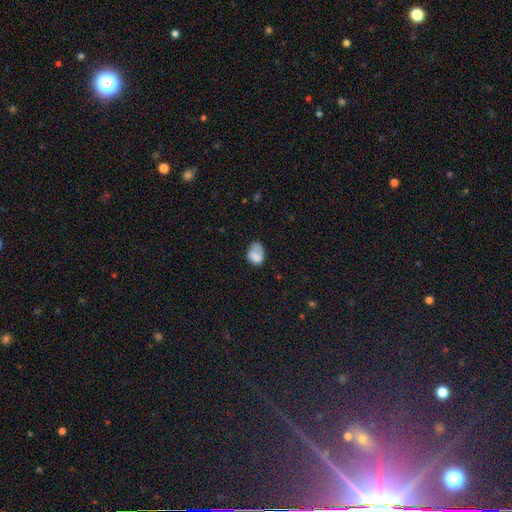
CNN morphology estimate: The model was most divided on "merging": none: 40%, minor disturbance: 35%, major disturbance: 20%, merger: 5%. More confident: smooth or featured — smooth (75%); how rounded — in between (74%).